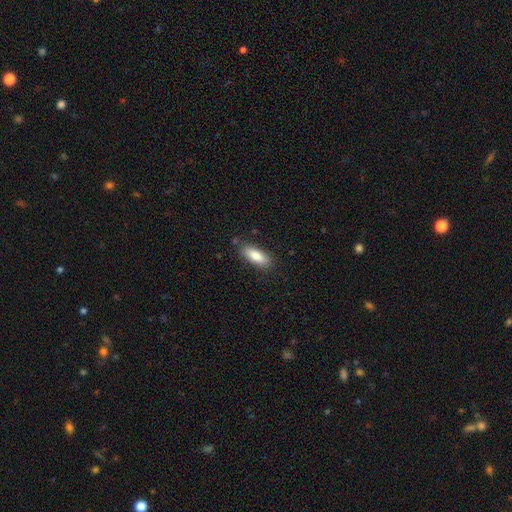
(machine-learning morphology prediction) A smooth galaxy with no disk features (83%) that is in between round and cigar-shaped (70%).

Vote fractions:
- Smooth or featured? smooth: 83% / featured or disk: 11% / star or artifact: 6%
- How rounded? in between: 70% / cigar-shaped: 28% / round: 2%
- Merging? none: 82% / minor disturbance: 13% / major disturbance: 3% / merger: 2%